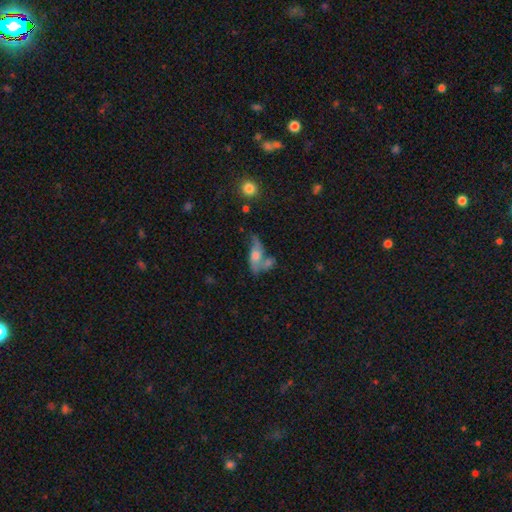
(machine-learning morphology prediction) smooth_or_featured: featured or disk (p=0.49) [alt: smooth p=0.41]
merging: merger (p=0.36) [alt: none p=0.29]